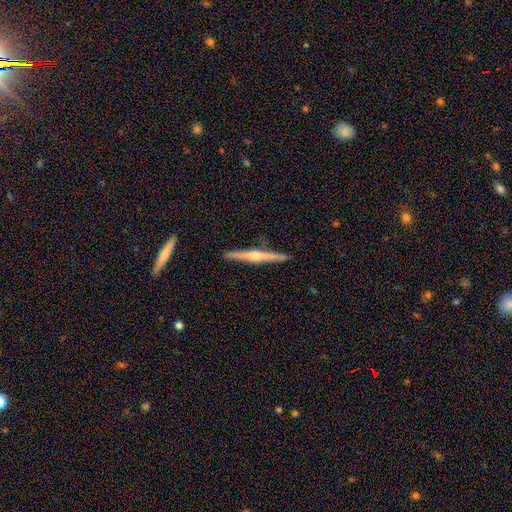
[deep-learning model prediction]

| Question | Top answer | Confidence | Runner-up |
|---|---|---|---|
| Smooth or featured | featured or disk | 72% | smooth (23%) |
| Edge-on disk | yes | 98% | no (2%) |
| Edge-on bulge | rounded | 82% | none (12%) |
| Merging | none | 91% | minor disturbance (6%) |